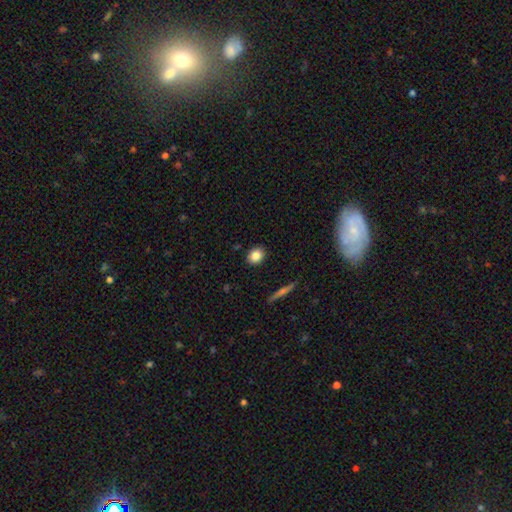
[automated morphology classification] Q: Smooth or featured?
A: smooth (83%); runner-up: featured or disk (8%)
Q: How rounded?
A: round (50%); runner-up: in between (48%)
Q: Merging?
A: none (89%); runner-up: minor disturbance (8%)